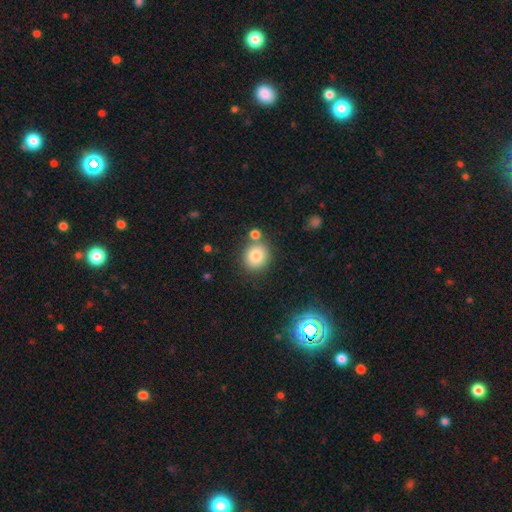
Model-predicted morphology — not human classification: Overall: smooth (81%). How rounded: round (83%). Merging: none (74%).